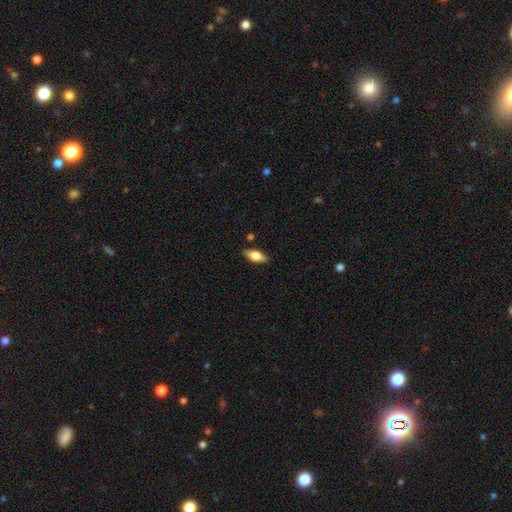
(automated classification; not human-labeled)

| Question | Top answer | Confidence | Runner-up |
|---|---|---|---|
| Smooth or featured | smooth | 64% | featured or disk (29%) |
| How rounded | in between | 79% | cigar-shaped (18%) |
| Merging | none | 86% | minor disturbance (10%) |